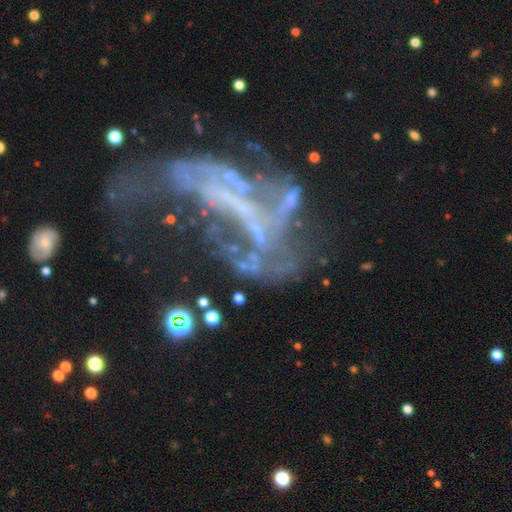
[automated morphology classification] Smooth or featured: featured or disk — 72% (star or artifact — 18%)
Edge-on disk: no — 94% (yes — 6%)
Bar: no — 54% (strong — 25%)
Spiral arms: no — 61% (yes — 39%)
Bulge size: none — 74% (small — 15%)
Merging: major disturbance — 51% (none — 21%)